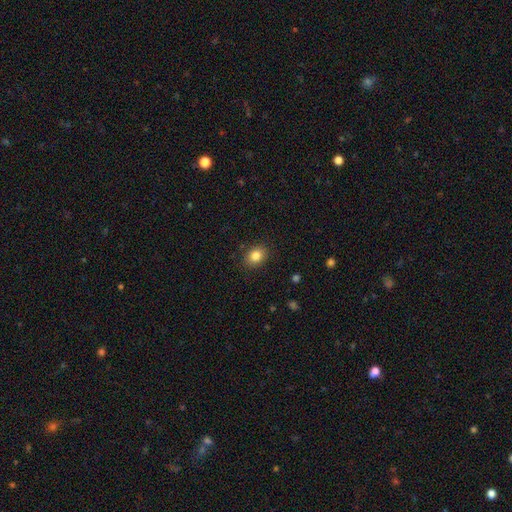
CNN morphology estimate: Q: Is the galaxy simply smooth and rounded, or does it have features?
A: smooth — 84%.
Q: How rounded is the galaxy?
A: in between — 59%.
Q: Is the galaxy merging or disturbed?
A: none — 88%.